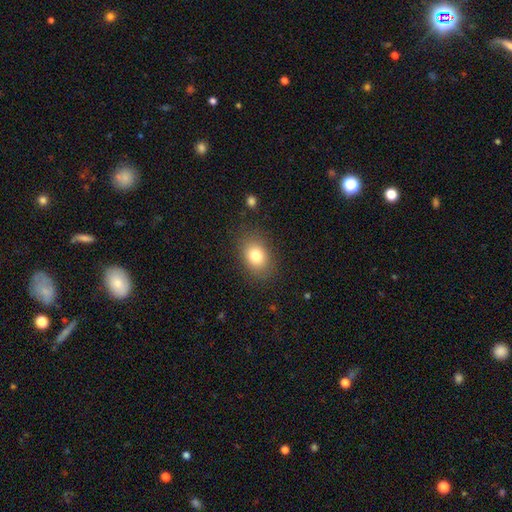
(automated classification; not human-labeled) This is clearly a smooth galaxy (80%). How rounded: likely in between (66%). Merging: clearly none (84%).